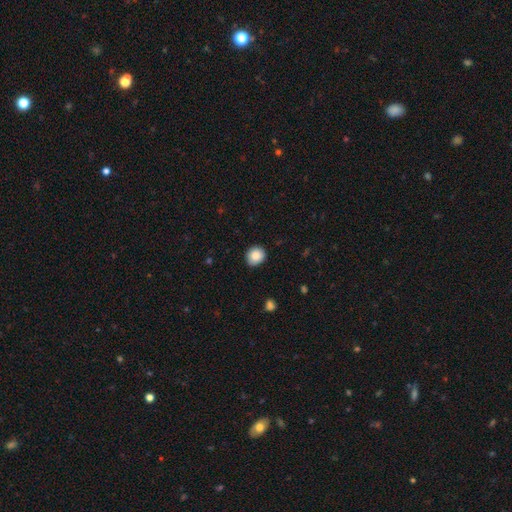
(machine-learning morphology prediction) A smooth galaxy with no disk features (86%) that is round (82%). Merging: none (86%).